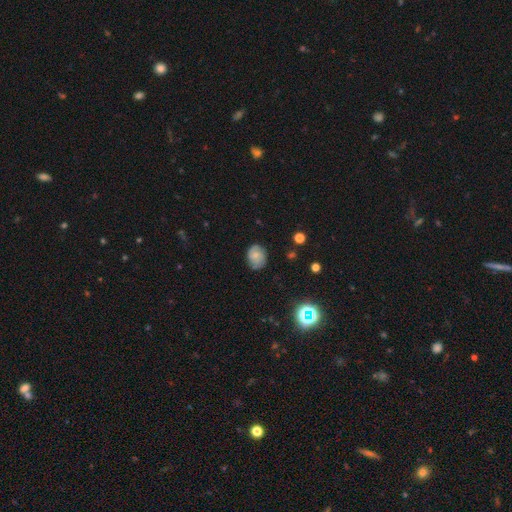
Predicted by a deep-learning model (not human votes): This appears to be a smooth galaxy with no disk features (45%, tied with featured or disk). Merging: none (74%).